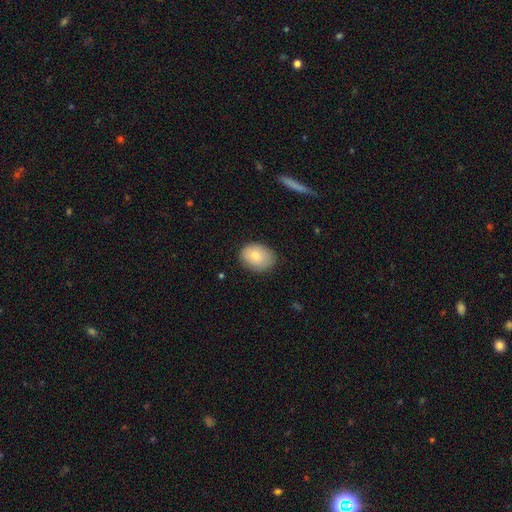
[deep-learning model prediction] A smooth galaxy with no disk features (82%) that is in between round and cigar-shaped (70%).

Vote fractions:
- Smooth or featured? smooth: 82% / featured or disk: 11% / star or artifact: 7%
- How rounded? in between: 70% / round: 29% / cigar-shaped: 1%
- Merging? none: 79% / minor disturbance: 17% / major disturbance: 3% / merger: 1%